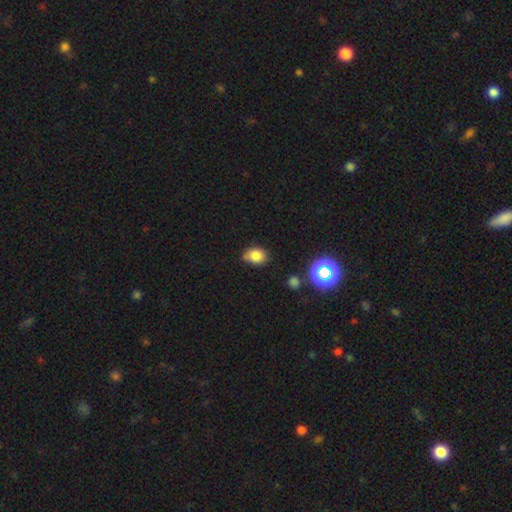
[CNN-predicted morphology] This is clearly a smooth galaxy (80%). How rounded: likely in between (66%). Merging: likely none (68%).